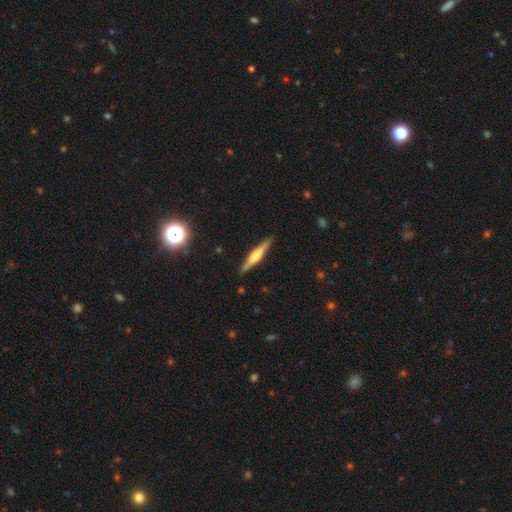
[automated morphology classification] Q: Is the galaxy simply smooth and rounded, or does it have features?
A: featured or disk — 66%.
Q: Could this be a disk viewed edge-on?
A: yes — 98%.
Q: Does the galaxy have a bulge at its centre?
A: rounded — 82%.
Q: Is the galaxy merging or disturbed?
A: none — 91%.